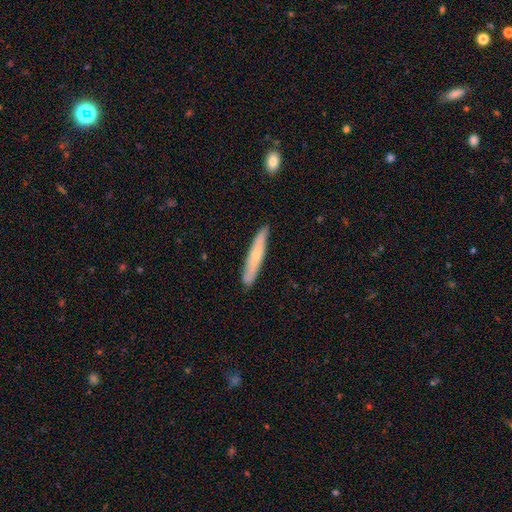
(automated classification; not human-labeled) Overall: smooth (55%; featured or disk 40%). How rounded: cigar-shaped (93%). Merging: none (86%).